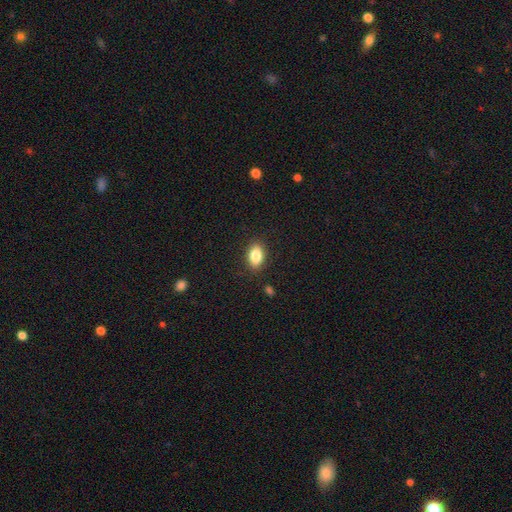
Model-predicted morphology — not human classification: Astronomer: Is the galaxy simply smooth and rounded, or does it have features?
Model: smooth — 85%.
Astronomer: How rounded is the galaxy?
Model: in between — 86%.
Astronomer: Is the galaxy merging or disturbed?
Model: none — 87%.